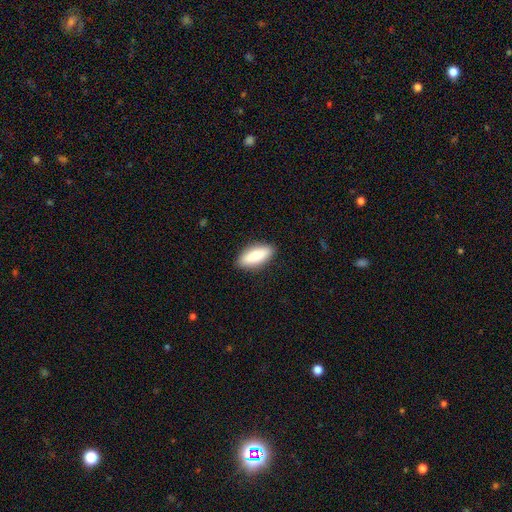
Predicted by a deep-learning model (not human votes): Morphology: type=smooth (82%); roundness=in between (74%); merging=none (89%).